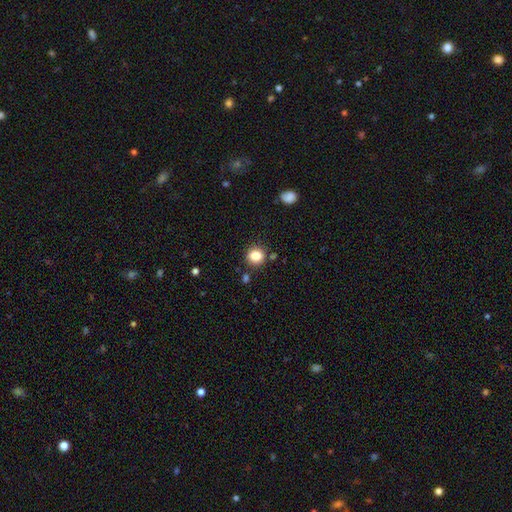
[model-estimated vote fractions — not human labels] Morphology: type=smooth (84%); roundness=round (86%); merging=none (84%).